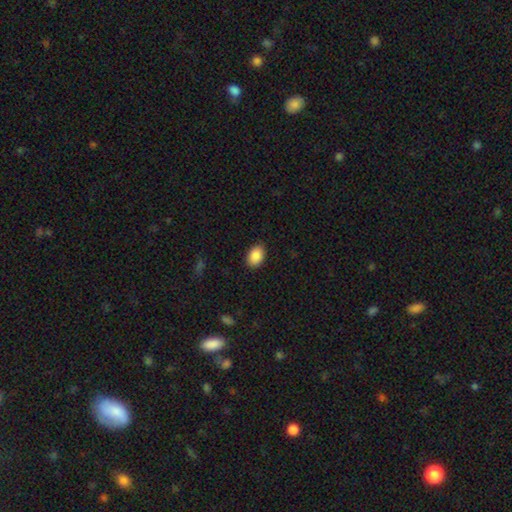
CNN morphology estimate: A smooth galaxy with no disk features (88%) that is in between round and cigar-shaped (83%). Merging: none (87%).